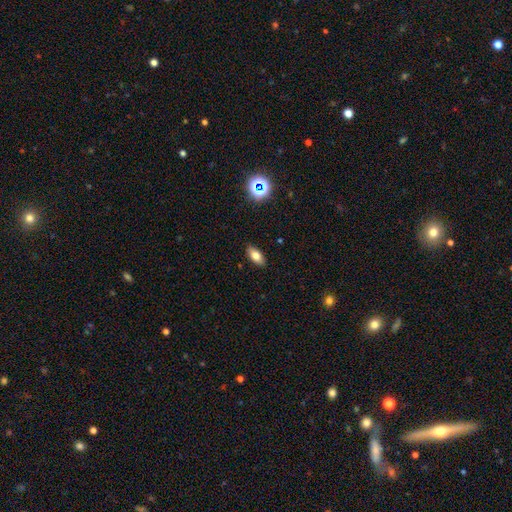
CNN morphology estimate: Smooth or featured: smooth — 77% (featured or disk — 13%)
How rounded: in between — 88% (cigar-shaped — 8%)
Merging: none — 89% (minor disturbance — 8%)